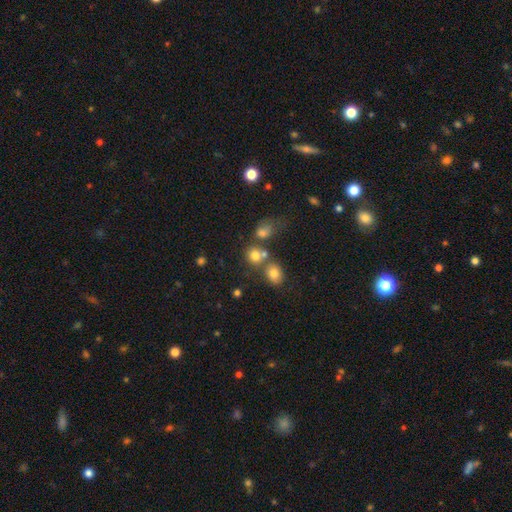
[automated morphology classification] Smooth or featured: smooth — 75% (star or artifact — 15%)
How rounded: round — 74% (in between — 25%)
Merging: none — 49% (merger — 33%)